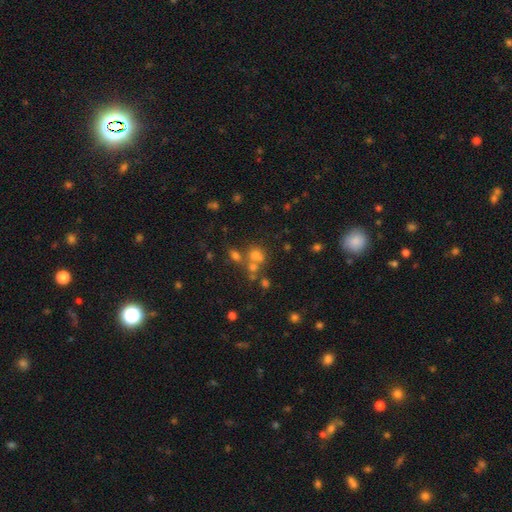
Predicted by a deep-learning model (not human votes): Smooth or featured? smooth (61%)
How rounded? round (73%)
Merging? none (45%)